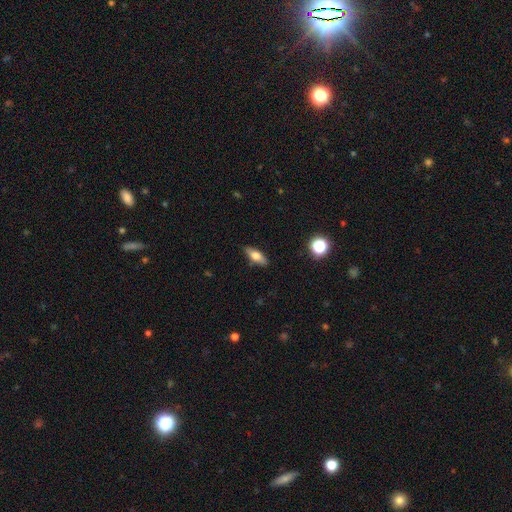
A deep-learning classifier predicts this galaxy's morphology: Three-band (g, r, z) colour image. It shows a smooth galaxy with no disk features (66%) that is in between round and cigar-shaped (69%). Merging: none (86%).